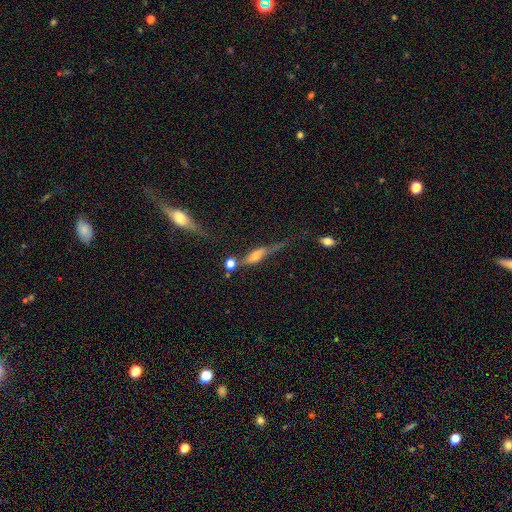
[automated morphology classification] A featured or disk galaxy (62%) viewed edge-on (81%) with a rounded central bulge (86%).

Vote fractions:
- Smooth or featured? featured or disk: 62% / smooth: 28% / star or artifact: 10%
- Edge-on disk? yes: 81% / no: 19%
- Edge-on bulge? rounded: 86% / boxy: 9% / none: 5%
- Merging? none: 47% / minor disturbance: 22% / major disturbance: 16% / merger: 15%